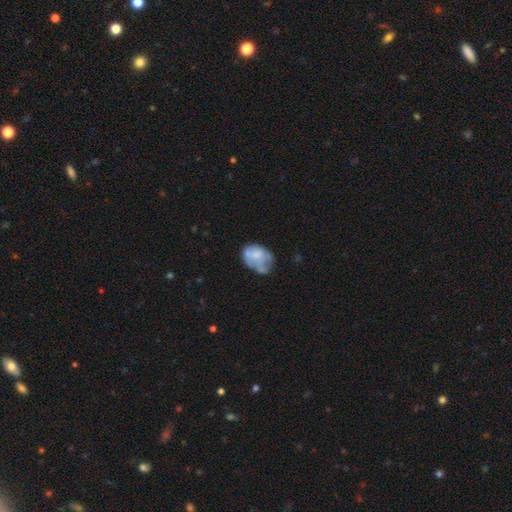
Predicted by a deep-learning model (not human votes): smooth_or_featured: smooth (p=0.50) [alt: featured or disk p=0.41]
how_rounded: in between (p=0.73) [alt: round p=0.26]
merging: none (p=0.37) [alt: minor disturbance p=0.31]